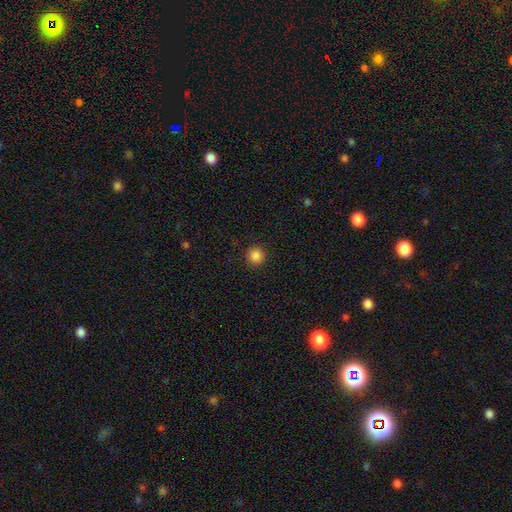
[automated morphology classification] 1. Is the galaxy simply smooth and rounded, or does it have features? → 86% smooth, 11% star or artifact, 3% featured or disk.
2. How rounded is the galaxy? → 94% round, 5% in between, 1% cigar-shaped.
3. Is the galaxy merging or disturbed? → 91% none, 6% minor disturbance, 2% major disturbance, 1% merger.